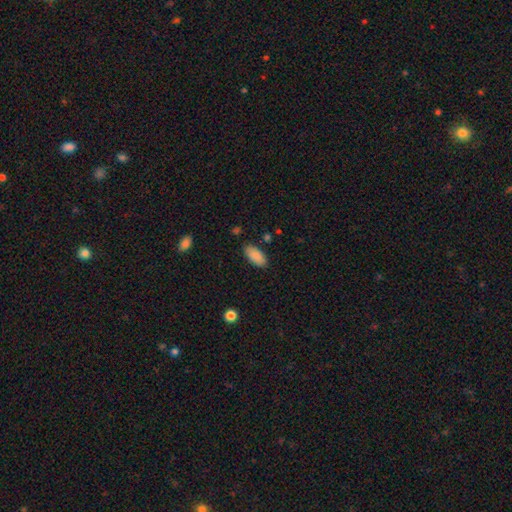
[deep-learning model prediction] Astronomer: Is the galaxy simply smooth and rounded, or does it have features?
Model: smooth — 88%.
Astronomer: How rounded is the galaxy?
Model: in between — 91%.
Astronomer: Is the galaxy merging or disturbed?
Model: none — 84%.